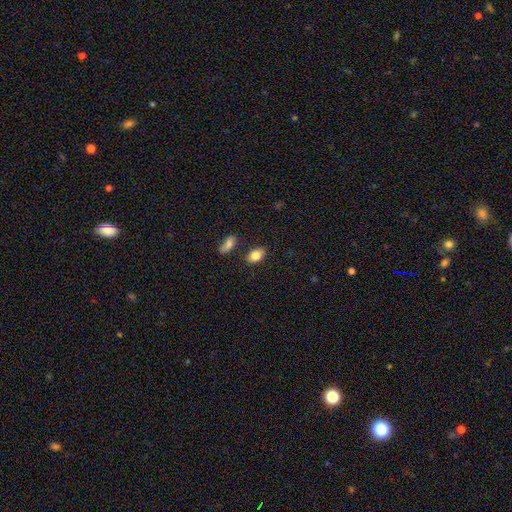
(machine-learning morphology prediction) Smooth or featured: smooth — 83% (featured or disk — 9%)
How rounded: in between — 86% (round — 11%)
Merging: none — 81% (minor disturbance — 11%)